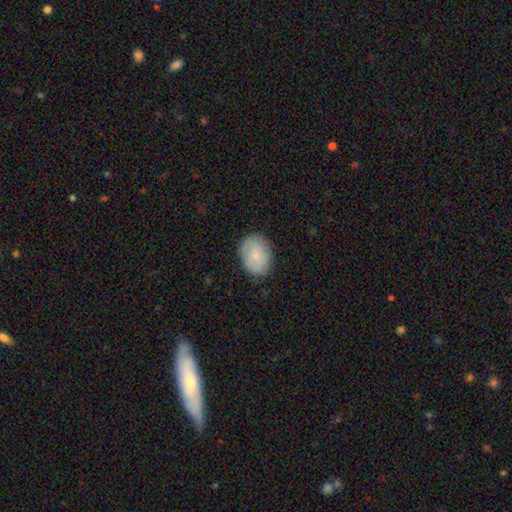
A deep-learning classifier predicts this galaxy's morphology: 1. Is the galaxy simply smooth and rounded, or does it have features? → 77% smooth, 17% featured or disk, 7% star or artifact.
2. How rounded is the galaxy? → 69% in between, 30% round, 1% cigar-shaped.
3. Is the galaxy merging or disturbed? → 82% none, 14% minor disturbance, 3% major disturbance, 1% merger.